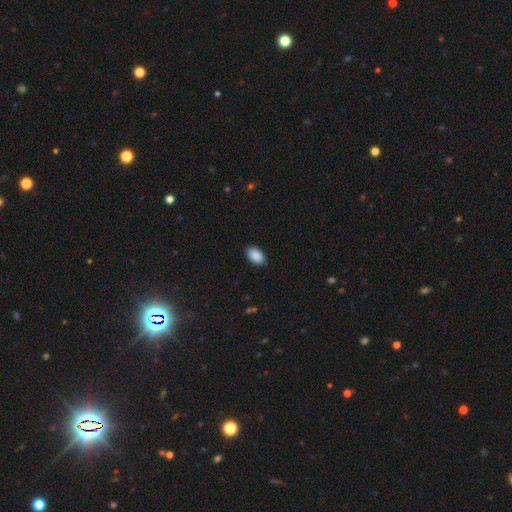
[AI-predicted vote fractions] Smooth or featured? Predicted: smooth (p=0.90). How rounded? Predicted: in between (p=0.94). Merging? Predicted: none (p=0.87).